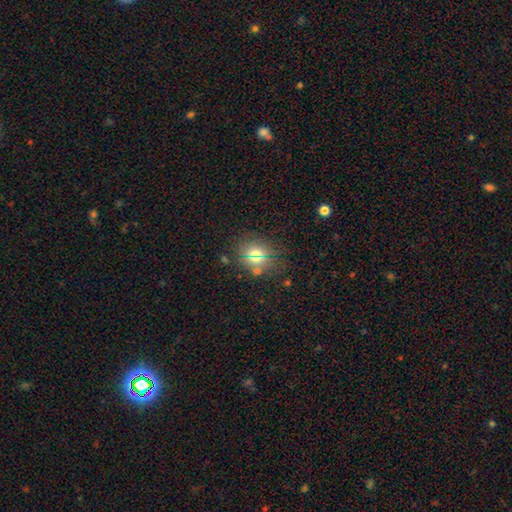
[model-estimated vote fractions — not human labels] A smooth galaxy with no disk features (56%) that is round (71%).

Vote fractions:
- Smooth or featured? smooth: 56% / star or artifact: 32% / featured or disk: 12%
- How rounded? round: 71% / in between: 26% / cigar-shaped: 2%
- Merging? none: 80% / minor disturbance: 11% / major disturbance: 5% / merger: 4%